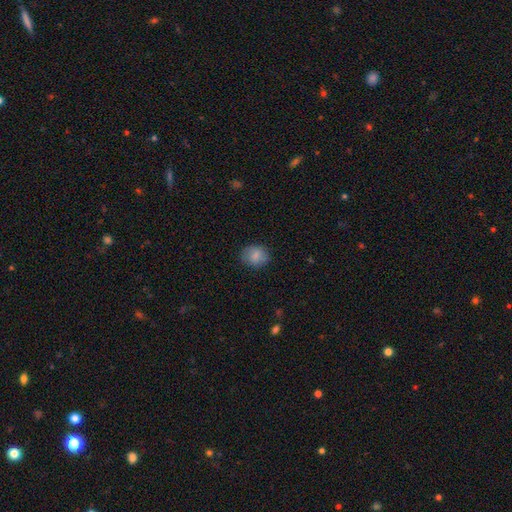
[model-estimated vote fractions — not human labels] A smooth galaxy with no disk features (83%) that is round (60%). Merging: none (85%).